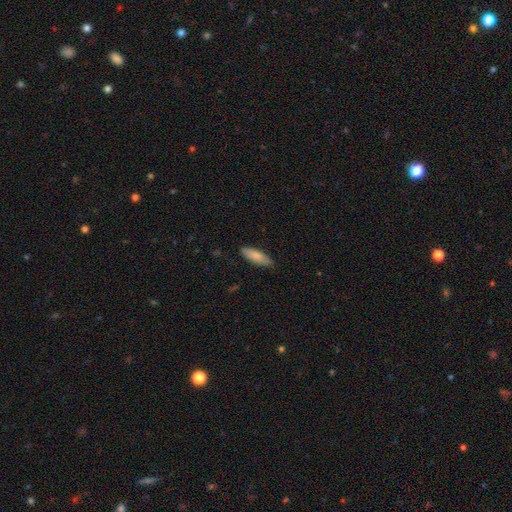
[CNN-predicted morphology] smooth-or-featured: smooth: 83% | featured or disk: 11% | star or artifact: 6%
  how-rounded: in between: 56% | cigar-shaped: 42% | round: 2%
  merging: none: 81% | minor disturbance: 16% | major disturbance: 2% | merger: 1%